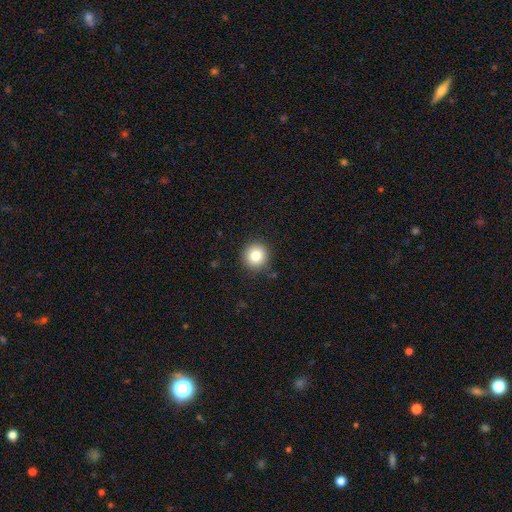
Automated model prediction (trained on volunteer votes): Q: Smooth or featured?
A: smooth (82%); runner-up: star or artifact (11%)
Q: How rounded?
A: round (94%); runner-up: in between (5%)
Q: Merging?
A: none (90%); runner-up: minor disturbance (6%)